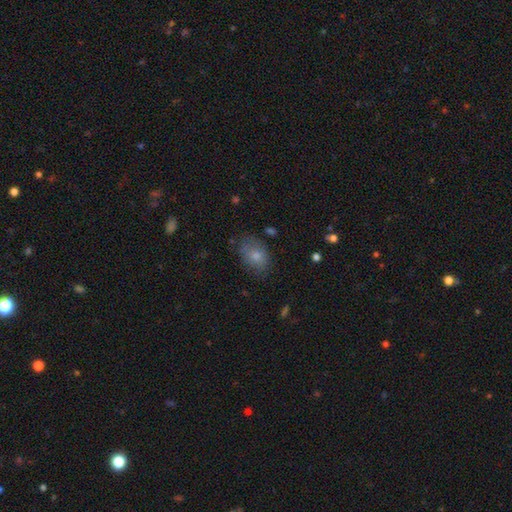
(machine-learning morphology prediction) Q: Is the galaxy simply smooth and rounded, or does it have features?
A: smooth — 78%.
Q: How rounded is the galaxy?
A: in between — 80%.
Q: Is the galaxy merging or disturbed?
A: none — 70%.